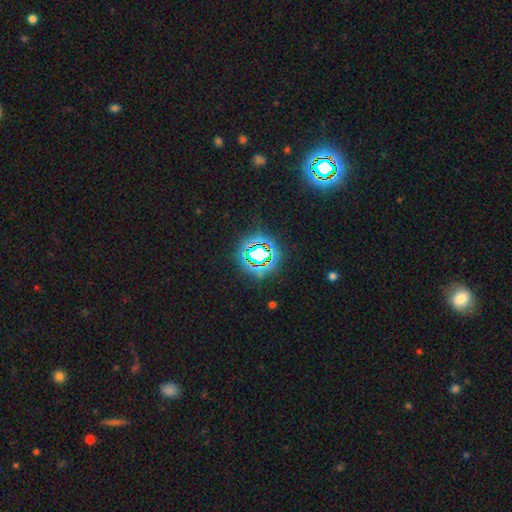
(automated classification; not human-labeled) Q: Smooth or featured?
A: star or artifact (72%); runner-up: smooth (18%)